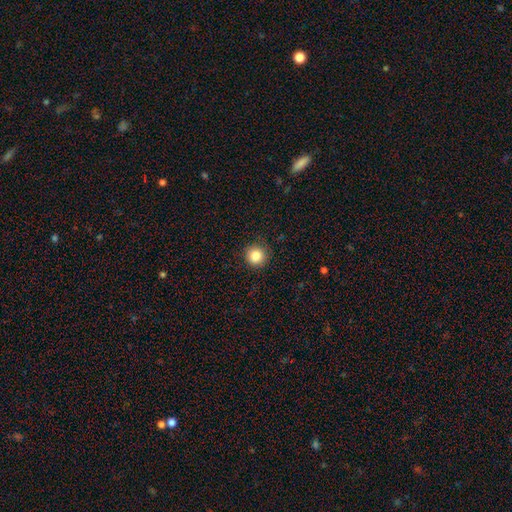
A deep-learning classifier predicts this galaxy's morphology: A smooth galaxy with no disk features (85%) that is round (95%).

Vote fractions:
- Smooth or featured? smooth: 85% / star or artifact: 10% / featured or disk: 5%
- How rounded? round: 95% / in between: 4% / cigar-shaped: 1%
- Merging? none: 92% / minor disturbance: 6% / major disturbance: 2% / merger: 1%